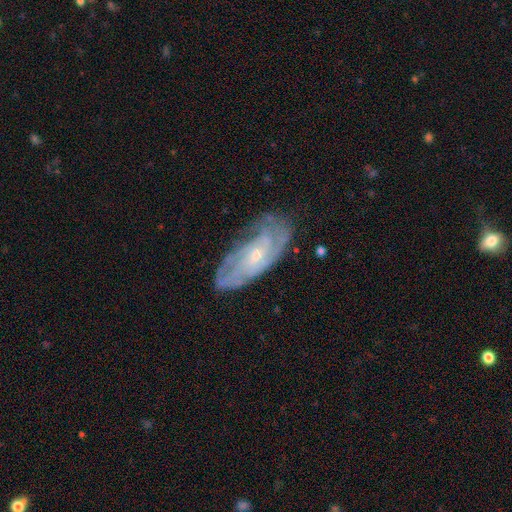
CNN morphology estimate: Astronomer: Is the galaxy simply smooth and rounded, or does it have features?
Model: featured or disk — 81%.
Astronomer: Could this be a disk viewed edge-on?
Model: no — 91%.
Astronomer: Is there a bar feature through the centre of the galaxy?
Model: no — 66%.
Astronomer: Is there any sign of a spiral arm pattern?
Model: yes — 93%.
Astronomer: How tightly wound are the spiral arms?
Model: tight — 65%.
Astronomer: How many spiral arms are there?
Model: can't tell — 43% (runner-up: 2, 19%).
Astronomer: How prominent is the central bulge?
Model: small — 65%.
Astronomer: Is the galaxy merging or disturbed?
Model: none — 72%.